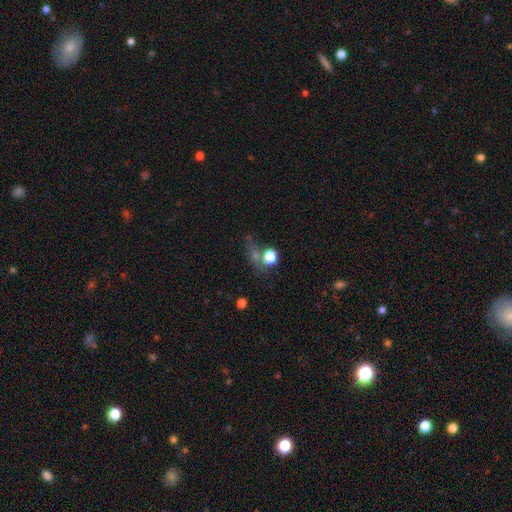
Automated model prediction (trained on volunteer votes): smooth-or-featured: star or artifact: 44% | smooth: 40% | featured or disk: 16%